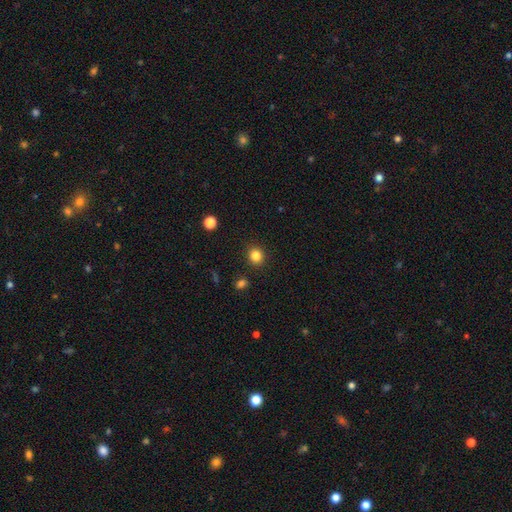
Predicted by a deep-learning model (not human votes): smooth 84%, star or artifact 12%, featured or disk 4%. Down the decision tree: how rounded — round (84%); merging — none (90%).